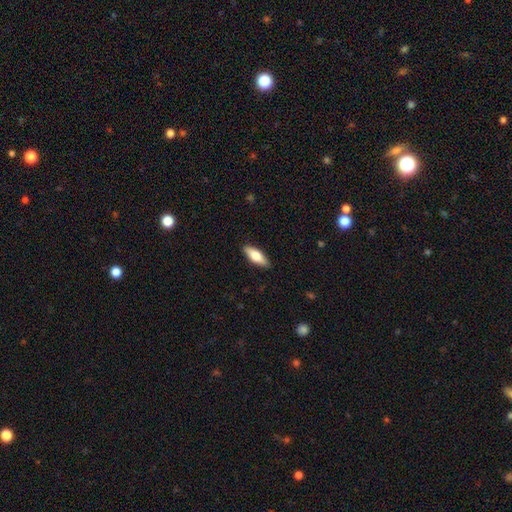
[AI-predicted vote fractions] Q: Smooth or featured?
A: smooth (69%); runner-up: featured or disk (25%)
Q: How rounded?
A: in between (65%); runner-up: cigar-shaped (33%)
Q: Merging?
A: none (89%); runner-up: minor disturbance (8%)